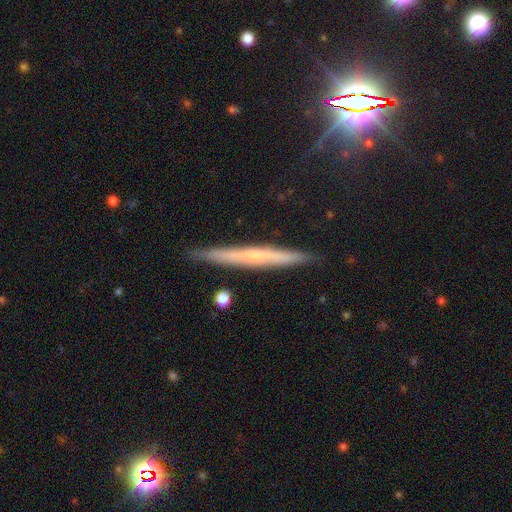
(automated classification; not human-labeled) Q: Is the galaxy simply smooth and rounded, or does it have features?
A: featured or disk — 54%.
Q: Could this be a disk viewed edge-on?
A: yes — 96%.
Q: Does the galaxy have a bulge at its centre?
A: none — 67%.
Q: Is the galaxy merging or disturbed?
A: none — 89%.